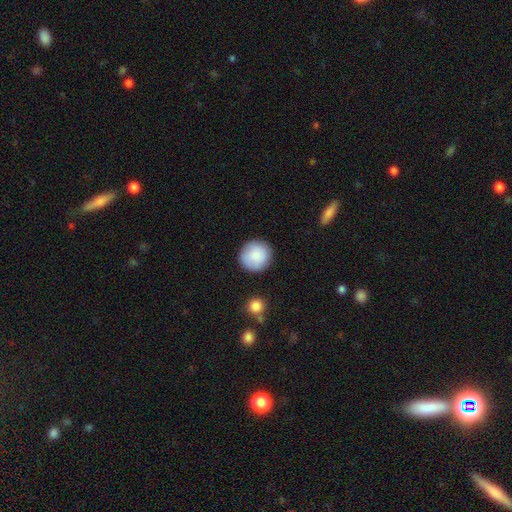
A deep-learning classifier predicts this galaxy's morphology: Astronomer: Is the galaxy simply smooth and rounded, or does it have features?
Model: smooth — 86%.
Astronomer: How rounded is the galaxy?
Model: round — 94%.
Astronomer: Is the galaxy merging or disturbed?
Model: none — 88%.